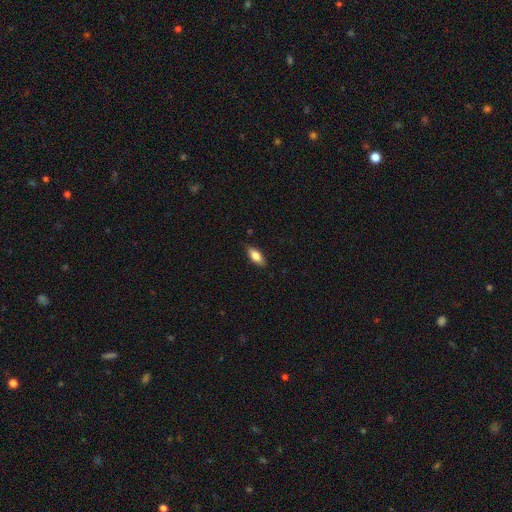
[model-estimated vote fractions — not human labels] A smooth galaxy with no disk features (79%) that is in between round and cigar-shaped (82%). Merging: none (85%).